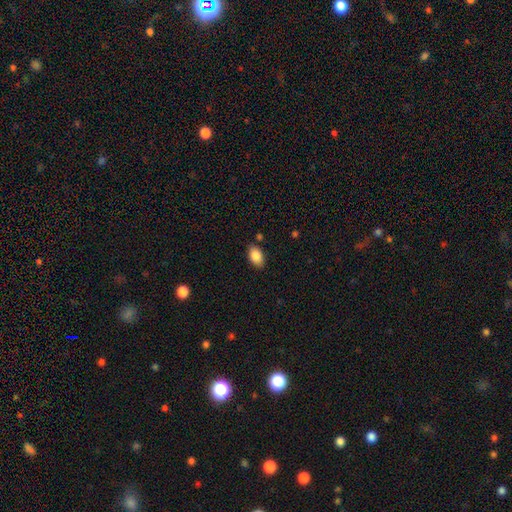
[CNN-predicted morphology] A smooth galaxy with no disk features (87%) that is in between round and cigar-shaped (90%). Merging: none (84%).